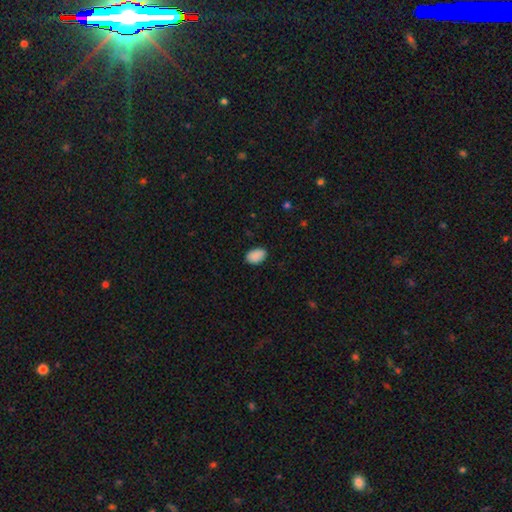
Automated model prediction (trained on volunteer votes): Morphology: type=smooth (90%); roundness=in between (89%); merging=none (84%).